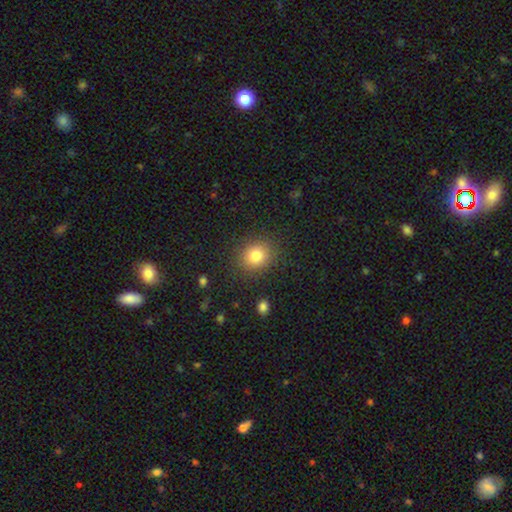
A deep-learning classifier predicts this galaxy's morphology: A smooth galaxy with no disk features (82%) that is round (68%).

Vote fractions:
- Smooth or featured? smooth: 82% / star or artifact: 11% / featured or disk: 7%
- How rounded? round: 68% / in between: 32% / cigar-shaped: 1%
- Merging? none: 86% / minor disturbance: 9% / major disturbance: 3% / merger: 1%